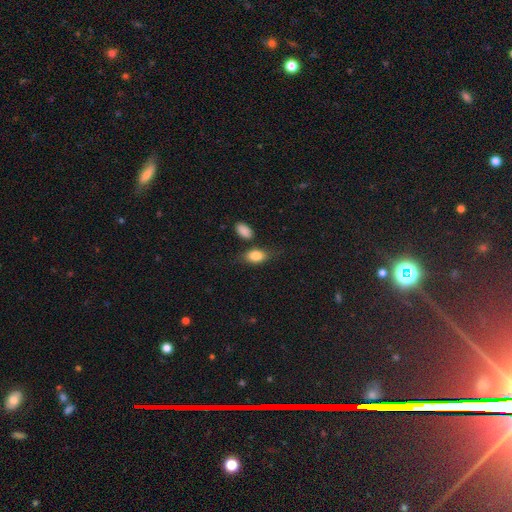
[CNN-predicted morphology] This is clearly a smooth galaxy (81%). How rounded: clearly in between (83%). Merging: likely none (67%).